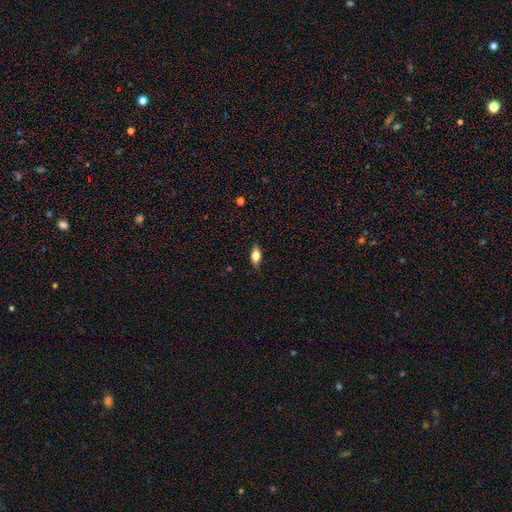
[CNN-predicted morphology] Overall: smooth (69%). How rounded: in between (80%). Merging: none (82%).